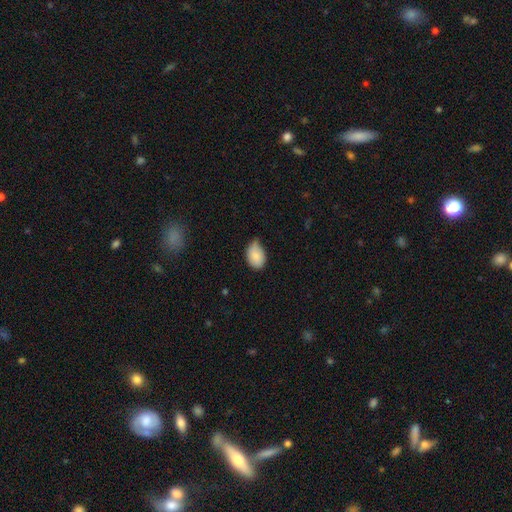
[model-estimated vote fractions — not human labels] Smooth or featured: smooth — 84% (featured or disk — 9%)
How rounded: in between — 81% (round — 18%)
Merging: minor disturbance — 49% (none — 40%)